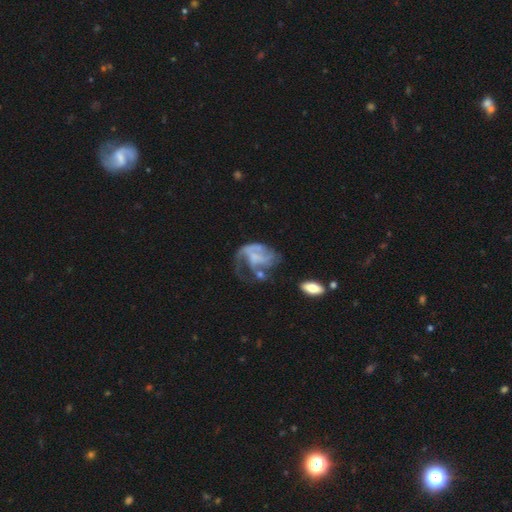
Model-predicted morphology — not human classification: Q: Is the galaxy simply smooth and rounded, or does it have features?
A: featured or disk — 72%.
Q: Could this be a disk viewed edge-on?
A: no — 97%.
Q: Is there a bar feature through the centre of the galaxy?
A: no — 62%.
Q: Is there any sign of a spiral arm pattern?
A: yes — 75%.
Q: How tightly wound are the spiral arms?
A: loose — 40%.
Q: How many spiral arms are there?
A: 1 — 29%.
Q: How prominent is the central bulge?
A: none — 55%.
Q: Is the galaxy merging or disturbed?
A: major disturbance — 48%.